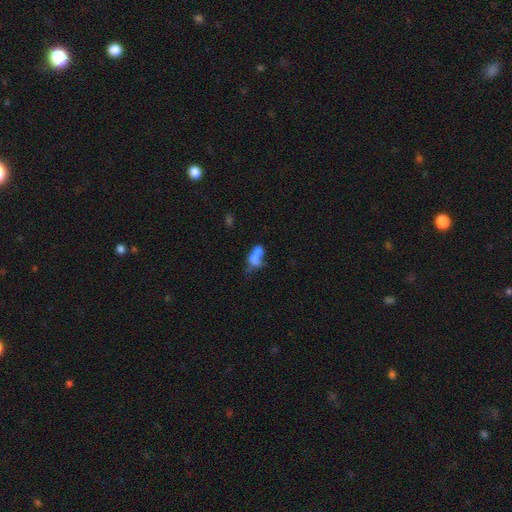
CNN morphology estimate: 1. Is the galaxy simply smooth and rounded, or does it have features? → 59% smooth, 28% featured or disk, 12% star or artifact.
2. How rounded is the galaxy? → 69% in between, 25% round, 6% cigar-shaped.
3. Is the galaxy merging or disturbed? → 62% merger, 17% none, 12% major disturbance, 9% minor disturbance.